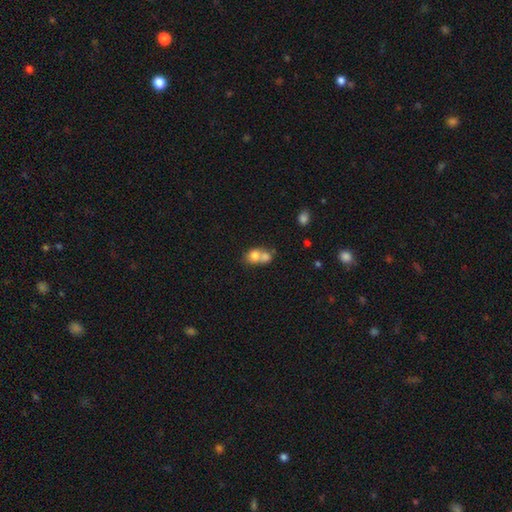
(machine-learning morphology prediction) smooth_or_featured: smooth (p=0.73) [alt: featured or disk p=0.17]
how_rounded: round (p=0.56) [alt: in between p=0.42]
merging: merger (p=0.67) [alt: none p=0.22]